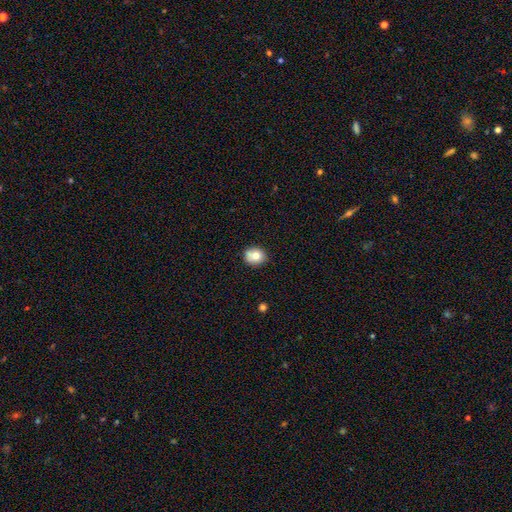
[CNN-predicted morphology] smooth-or-featured: smooth: 77% | featured or disk: 13% | star or artifact: 10%
  how-rounded: round: 67% | in between: 32% | cigar-shaped: 1%
  merging: none: 73% | minor disturbance: 17% | merger: 7% | major disturbance: 3%